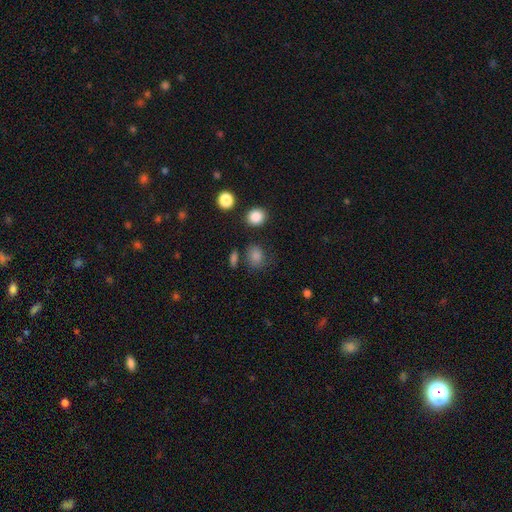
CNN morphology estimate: type=smooth (79%); roundness=round (60%); merging=none (71%).